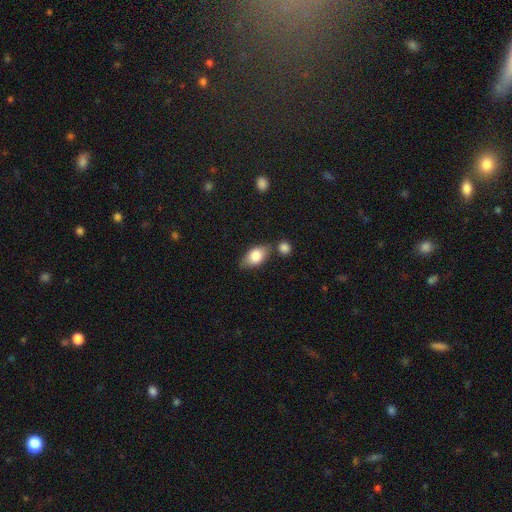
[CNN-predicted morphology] This is likely a smooth galaxy (79%). How rounded: clearly in between (89%). Merging: likely none (61%).